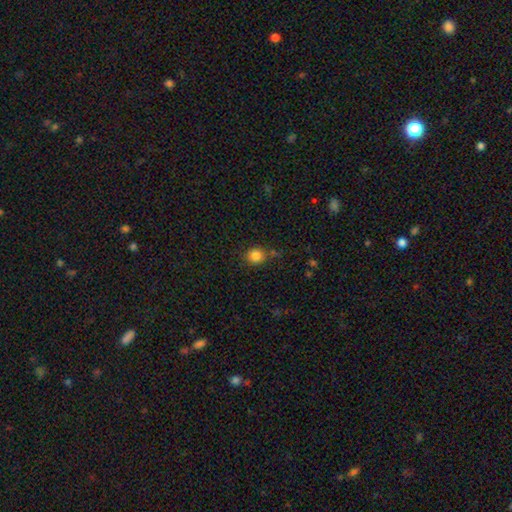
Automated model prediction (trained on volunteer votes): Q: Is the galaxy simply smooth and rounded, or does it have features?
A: smooth — 84%.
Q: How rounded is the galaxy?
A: round — 84%.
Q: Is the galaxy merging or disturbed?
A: none — 72%.